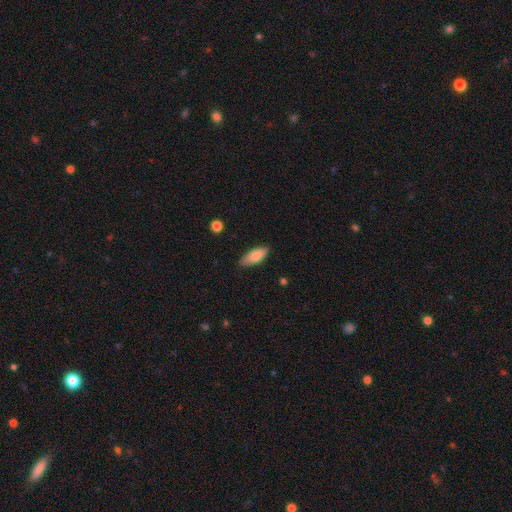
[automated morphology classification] Smooth or featured?
  - smooth: 80% *
  - featured or disk: 14%
  - star or artifact: 6%
How rounded?
  - in between: 78% *
  - cigar-shaped: 20%
  - round: 2%
Merging?
  - none: 82% *
  - minor disturbance: 15%
  - major disturbance: 2%
  - merger: 1%